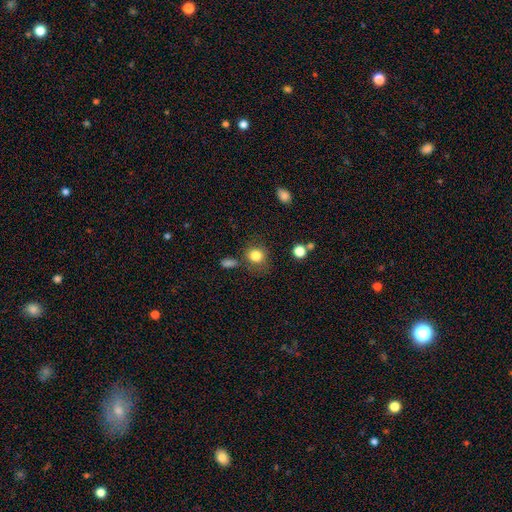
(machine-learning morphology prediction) smooth 83%, star or artifact 11%, featured or disk 7%. Down the decision tree: how rounded — round (79%); merging — none (73%).